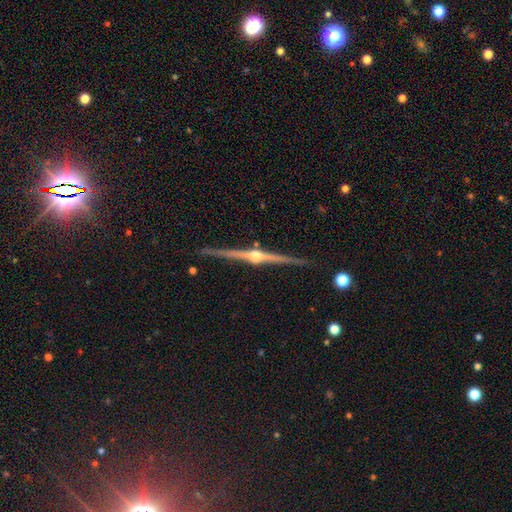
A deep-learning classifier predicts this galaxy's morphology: featured or disk 89%, smooth 6%, star or artifact 5%. Down the decision tree: edge-on disk — yes (99%); edge-on bulge — rounded (95%); merging — none (89%).